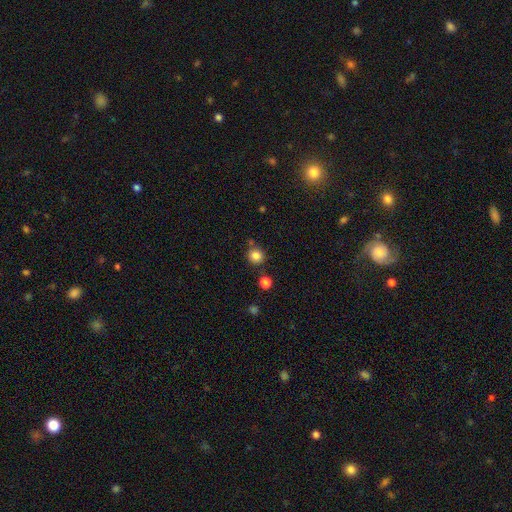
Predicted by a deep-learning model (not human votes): Smooth or featured? Predicted: smooth (p=0.83). How rounded? Predicted: round (p=0.91). Merging? Predicted: none (p=0.78).